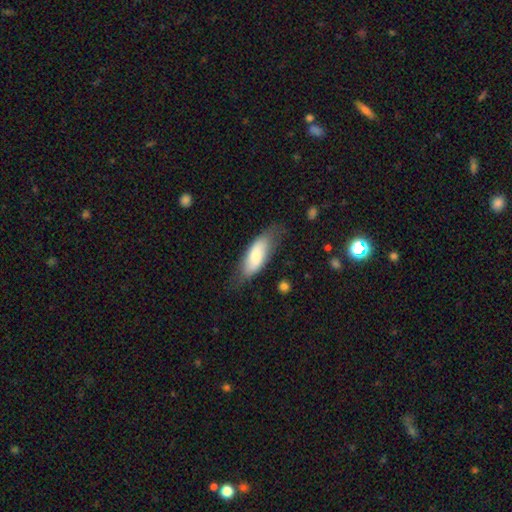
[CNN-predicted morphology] The model was most divided on "merging": none: 59%, minor disturbance: 29%, major disturbance: 10%, merger: 2%. More confident: smooth or featured — smooth (74%); how rounded — in between (70%).